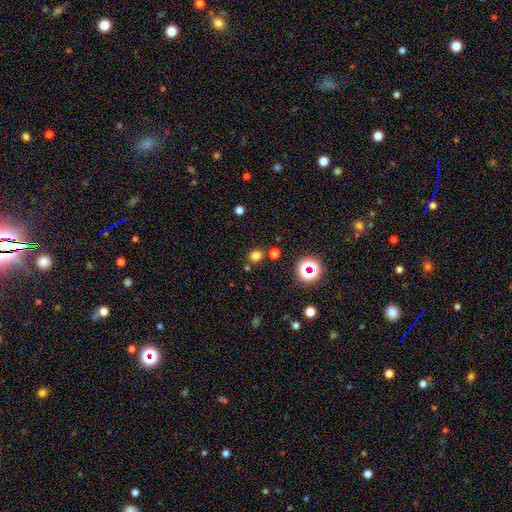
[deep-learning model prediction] smooth 72%, star or artifact 22%, featured or disk 6%. Down the decision tree: how rounded — round (75%); merging — none (78%).